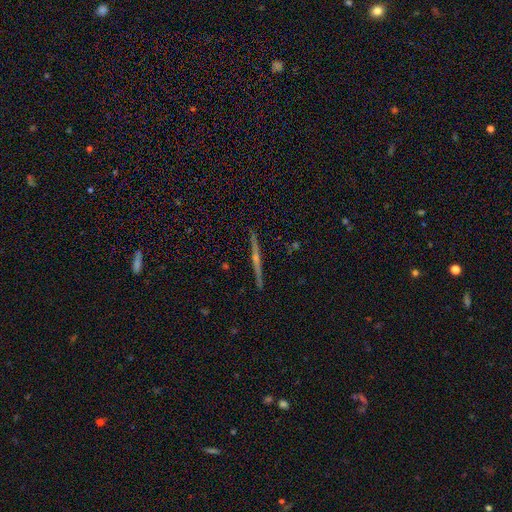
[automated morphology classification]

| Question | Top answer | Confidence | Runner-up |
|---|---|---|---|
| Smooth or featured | featured or disk | 80% | smooth (13%) |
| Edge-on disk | yes | 98% | no (2%) |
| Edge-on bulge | rounded | 75% | none (18%) |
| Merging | none | 92% | minor disturbance (5%) |